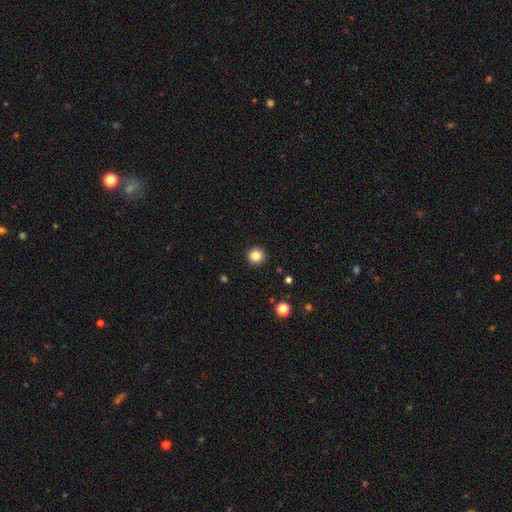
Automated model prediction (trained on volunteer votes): Q: Smooth or featured?
A: smooth (86%); runner-up: star or artifact (11%)
Q: How rounded?
A: round (95%); runner-up: in between (4%)
Q: Merging?
A: none (92%); runner-up: minor disturbance (5%)